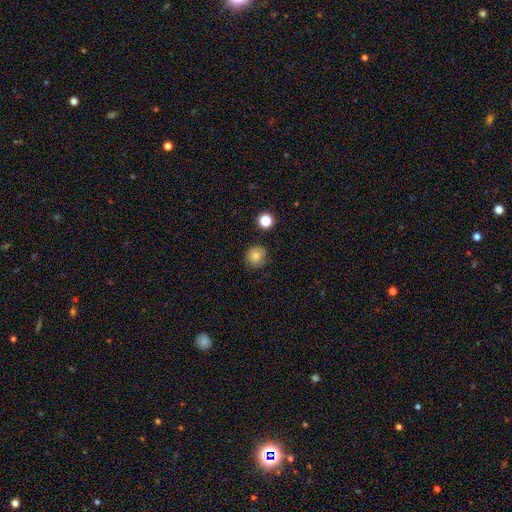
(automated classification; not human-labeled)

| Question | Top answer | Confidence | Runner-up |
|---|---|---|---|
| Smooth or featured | smooth | 80% | star or artifact (11%) |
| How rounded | round | 92% | in between (8%) |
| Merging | none | 82% | minor disturbance (13%) |